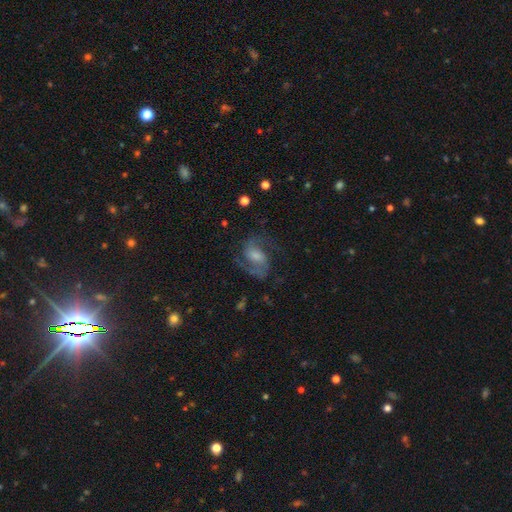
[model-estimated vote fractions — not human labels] smooth_or_featured: featured or disk (p=0.86) [alt: smooth p=0.08]
disk_edge_on: no (p=0.98) [alt: yes p=0.02]
bar: weak (p=0.49) [alt: no p=0.34]
has_spiral_arms: yes (p=0.97) [alt: no p=0.03]
spiral_winding: medium (p=0.60) [alt: loose p=0.24]
spiral_arm_count: 2 (p=0.91) [alt: can't tell p=0.03]
bulge_size: moderate (p=0.37) [alt: small p=0.36]
merging: none (p=0.73) [alt: minor disturbance p=0.15]